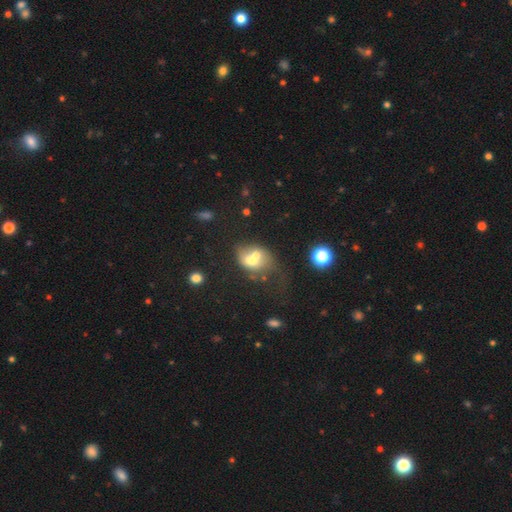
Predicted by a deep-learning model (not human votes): The model was most divided on "how rounded": in between: 53%, round: 46%, cigar-shaped: 1%. More confident: merging — merger (63%); smooth or featured — smooth (56%).